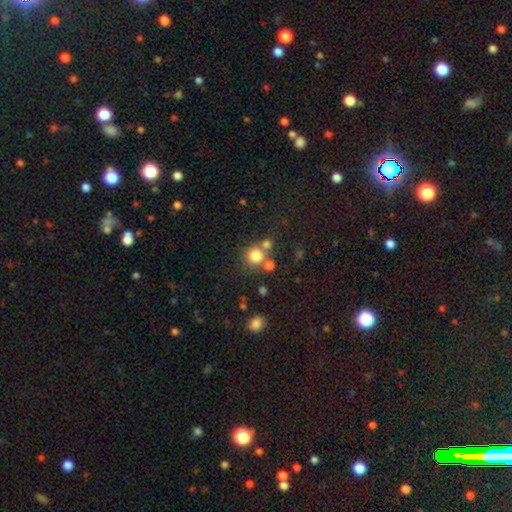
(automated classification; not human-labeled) Morphology: type=smooth (78%); roundness=round (89%); merging=none (60%).